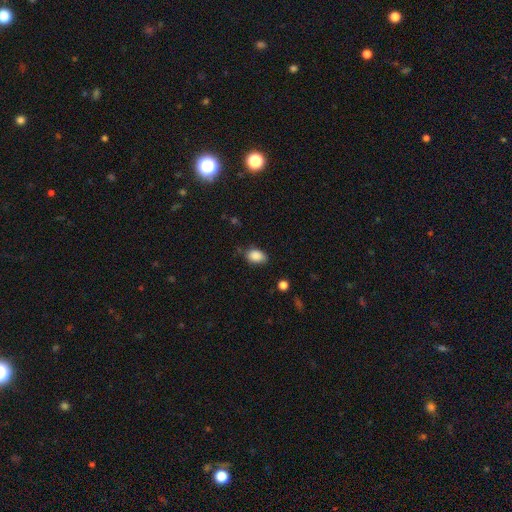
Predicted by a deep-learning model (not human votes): This appears to be a smooth galaxy with no disk features (88%) that is in between round and cigar-shaped (82%). Merging: none (71%).